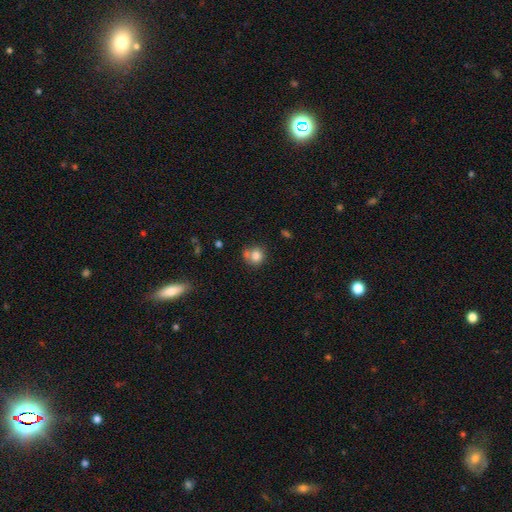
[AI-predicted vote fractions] Morphology: type=smooth (80%); roundness=round (84%); merging=none (52%).